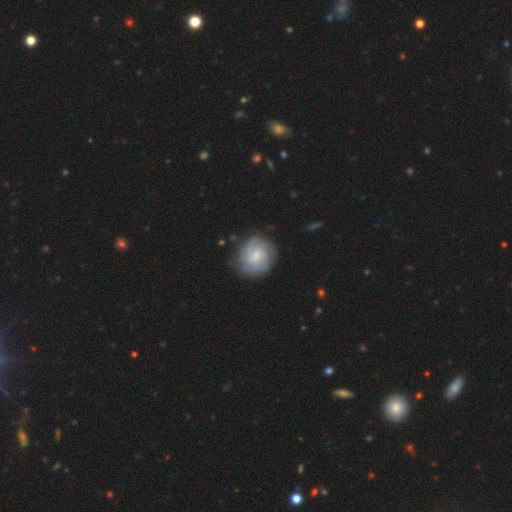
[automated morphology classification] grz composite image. It shows a featured or disk galaxy (80%) with no bar (48%), 2 (30%) tight (59%) spiral arms (96%) and a small central bulge (64%). Merging: none (80%).